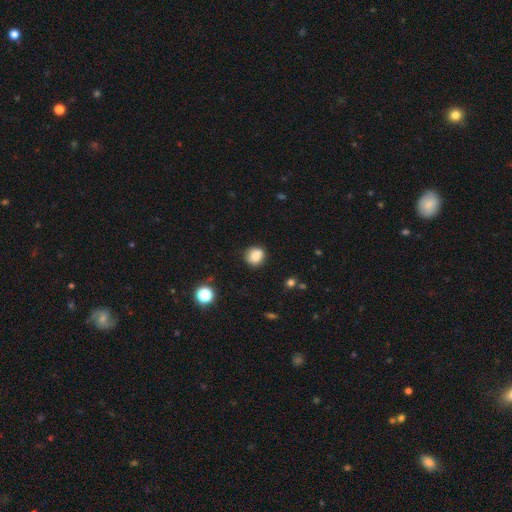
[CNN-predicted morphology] Q: Smooth or featured?
A: smooth (84%); runner-up: star or artifact (10%)
Q: How rounded?
A: round (76%); runner-up: in between (23%)
Q: Merging?
A: none (77%); runner-up: minor disturbance (16%)